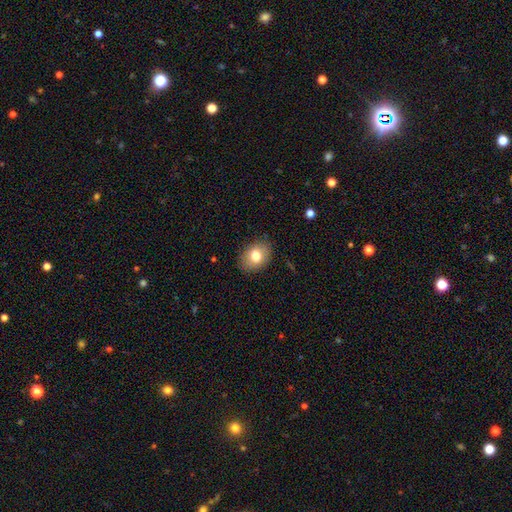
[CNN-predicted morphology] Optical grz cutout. It shows a smooth galaxy with no disk features (78%) that is in between round and cigar-shaped (68%). Merging: none (86%).